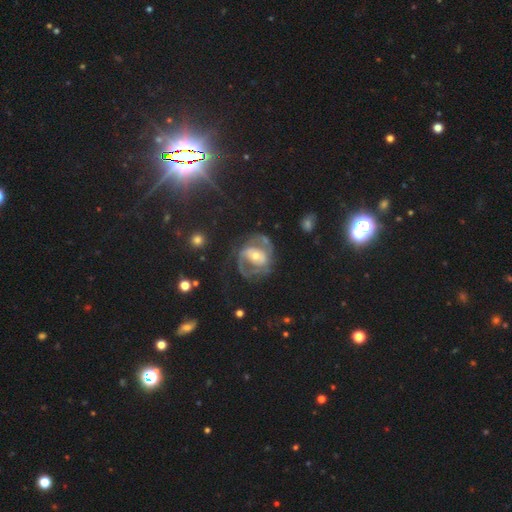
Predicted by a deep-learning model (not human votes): Smooth or featured? Predicted: featured or disk (p=0.78). Edge-on disk? Predicted: no (p=0.96). Bar? Predicted: weak (p=0.36). Spiral arms? Predicted: yes (p=0.85). Spiral winding? Predicted: medium (p=0.47). Spiral arm count? Predicted: 2 (p=0.68). Bulge size? Predicted: moderate (p=0.51). Merging? Predicted: none (p=0.63).